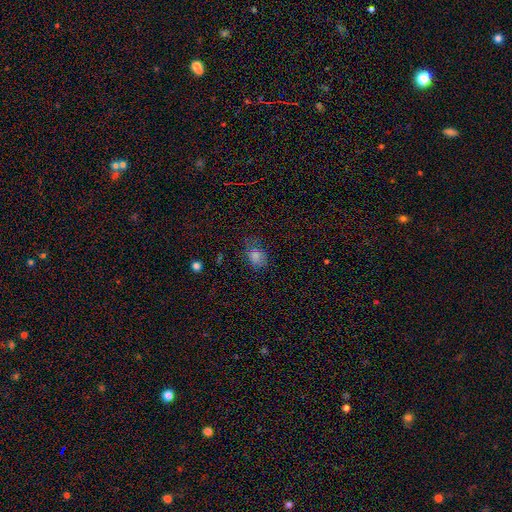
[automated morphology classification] Overall: smooth (76%). How rounded: in between (66%; round 33%). Merging: none (54%; minor disturbance 29%).